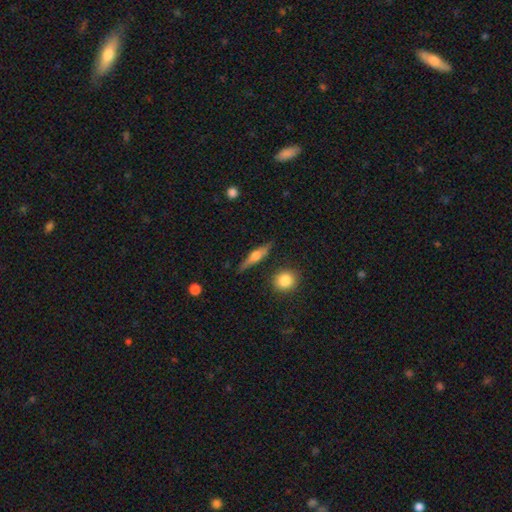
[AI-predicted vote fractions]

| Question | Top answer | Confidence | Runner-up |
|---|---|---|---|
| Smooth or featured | featured or disk | 64% | smooth (29%) |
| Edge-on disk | yes | 96% | no (4%) |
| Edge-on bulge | rounded | 90% | boxy (7%) |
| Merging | none | 85% | minor disturbance (10%) |